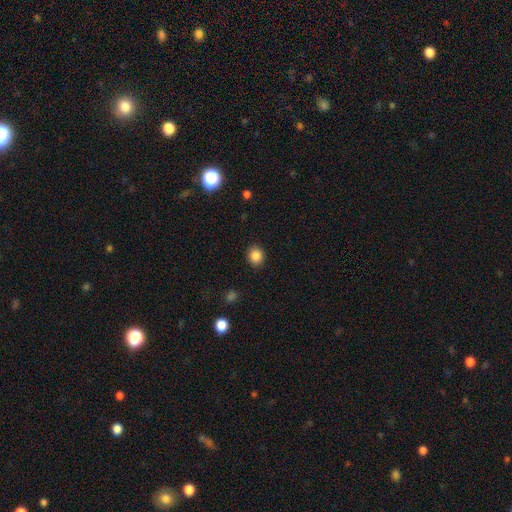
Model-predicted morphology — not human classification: A smooth galaxy with no disk features (86%) that is round (79%). Merging: none (90%).